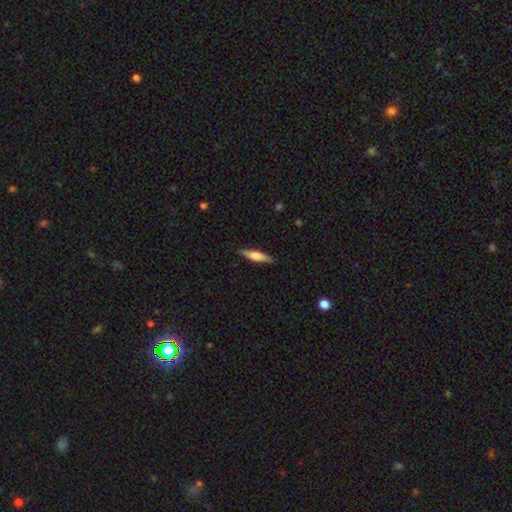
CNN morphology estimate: The model was most divided on "smooth or featured": smooth: 64%, featured or disk: 31%, star or artifact: 6%. More confident: merging — none (87%); how rounded — cigar-shaped (77%).